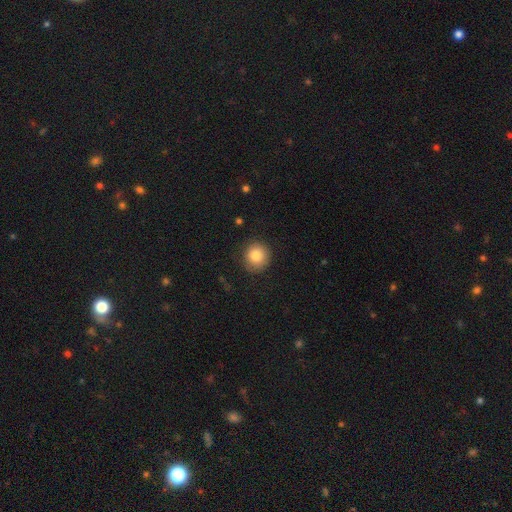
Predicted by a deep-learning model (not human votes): Smooth or featured: smooth — 83% (star or artifact — 9%)
How rounded: round — 91% (in between — 8%)
Merging: none — 87% (minor disturbance — 9%)